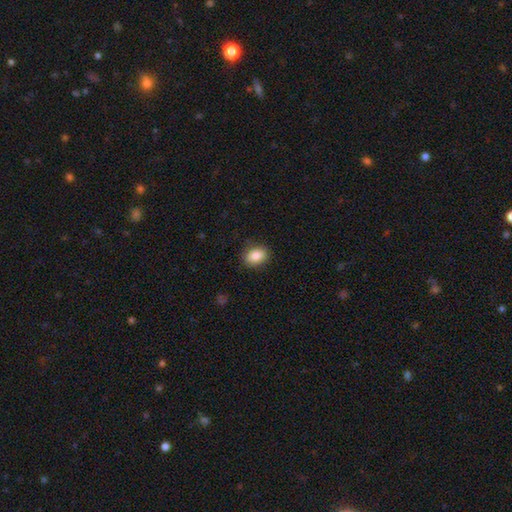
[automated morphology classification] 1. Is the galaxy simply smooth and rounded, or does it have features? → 87% smooth, 8% star or artifact, 5% featured or disk.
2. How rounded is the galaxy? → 74% in between, 25% round, 1% cigar-shaped.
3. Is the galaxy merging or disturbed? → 87% none, 9% minor disturbance, 3% major disturbance, 1% merger.